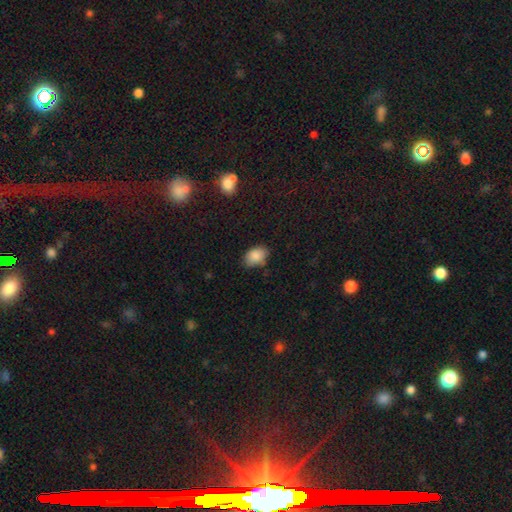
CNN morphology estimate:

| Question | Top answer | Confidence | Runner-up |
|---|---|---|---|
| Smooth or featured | smooth | 86% | star or artifact (8%) |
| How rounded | in between | 81% | round (18%) |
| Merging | none | 73% | minor disturbance (22%) |